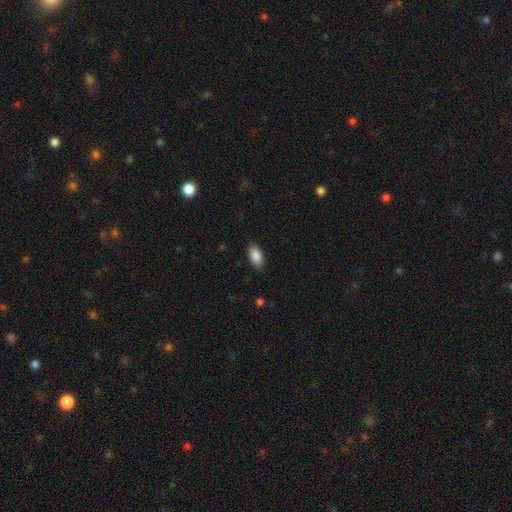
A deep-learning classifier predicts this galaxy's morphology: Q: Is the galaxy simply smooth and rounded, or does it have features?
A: smooth — 88%.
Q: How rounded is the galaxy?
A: in between — 92%.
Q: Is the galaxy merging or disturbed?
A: none — 86%.